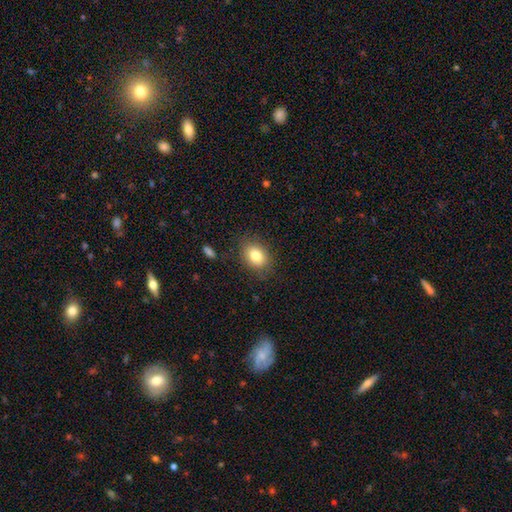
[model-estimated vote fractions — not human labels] Q: Smooth or featured?
A: smooth (82%); runner-up: star or artifact (9%)
Q: How rounded?
A: in between (69%); runner-up: round (29%)
Q: Merging?
A: none (82%); runner-up: minor disturbance (13%)